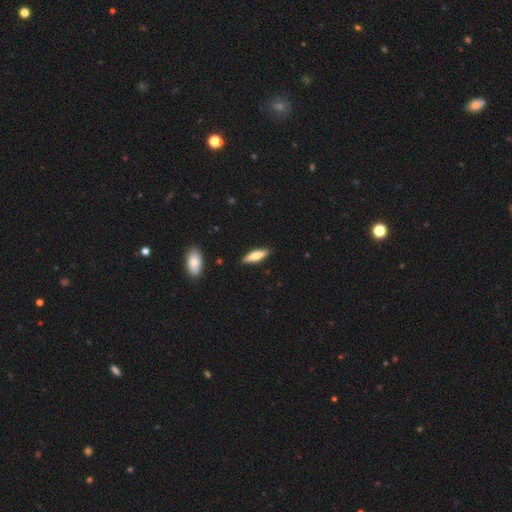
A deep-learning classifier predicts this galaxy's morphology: A smooth galaxy with no disk features (60%) that is cigar-shaped (62%). Merging: none (89%).